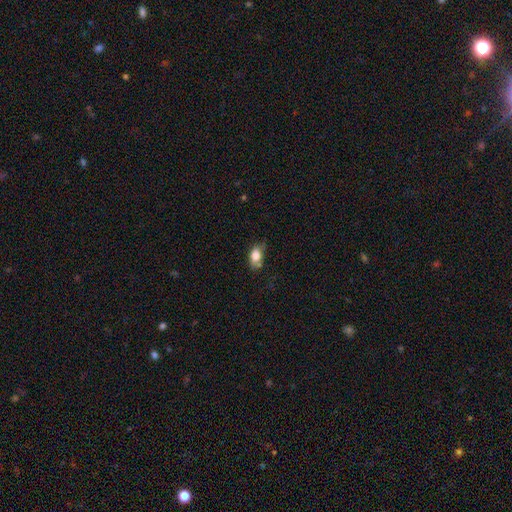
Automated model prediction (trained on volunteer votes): A smooth galaxy with no disk features (80%) that is in between round and cigar-shaped (83%).

Vote fractions:
- Smooth or featured? smooth: 80% / featured or disk: 11% / star or artifact: 9%
- How rounded? in between: 83% / round: 14% / cigar-shaped: 4%
- Merging? none: 53% / minor disturbance: 32% / major disturbance: 9% / merger: 6%